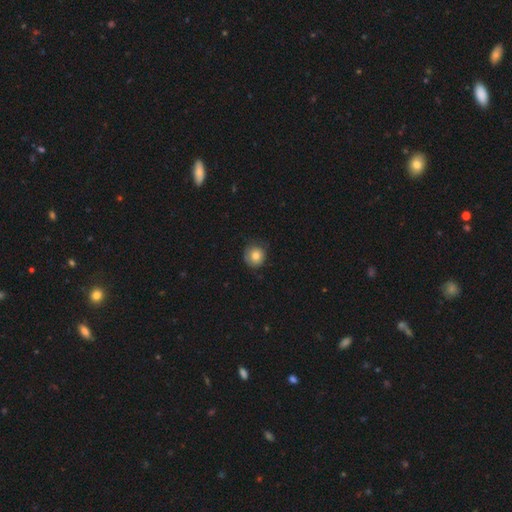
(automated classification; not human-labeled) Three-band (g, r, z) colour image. It shows a smooth galaxy with no disk features (77%) that is round (88%). Merging: none (72%).